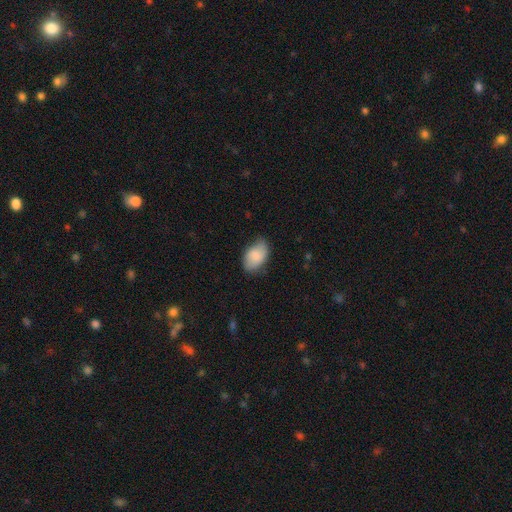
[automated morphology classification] smooth_or_featured: smooth (p=0.84) [alt: featured or disk p=0.10]
how_rounded: in between (p=0.91) [alt: round p=0.08]
merging: none (p=0.69) [alt: minor disturbance p=0.24]